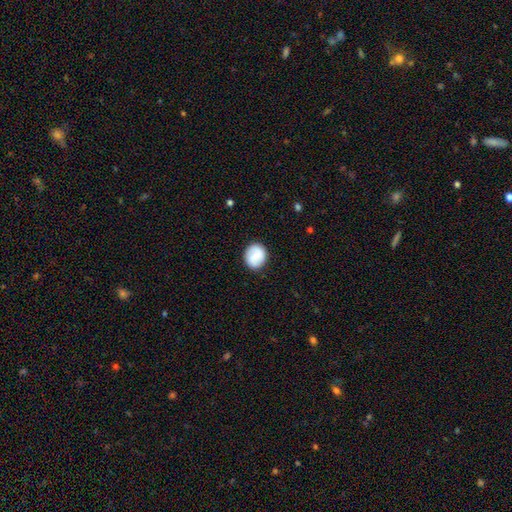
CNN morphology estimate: This is likely a smooth galaxy (68%). How rounded: likely round (74%). Merging: clearly none (85%).